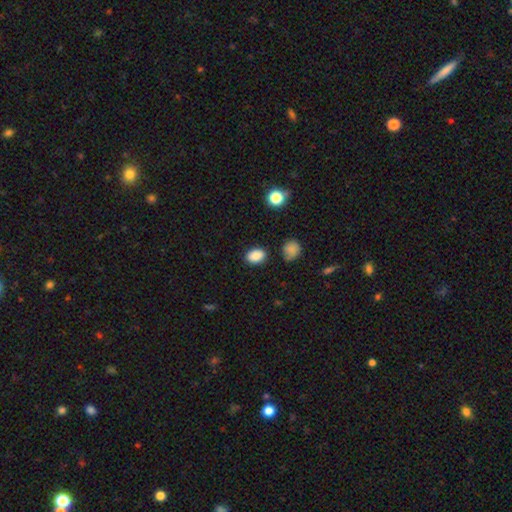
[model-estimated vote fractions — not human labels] Smooth or featured?
  - smooth: 87% *
  - star or artifact: 10%
  - featured or disk: 3%
How rounded?
  - in between: 79% *
  - round: 20%
  - cigar-shaped: 1%
Merging?
  - none: 83% *
  - minor disturbance: 12%
  - major disturbance: 3%
  - merger: 3%